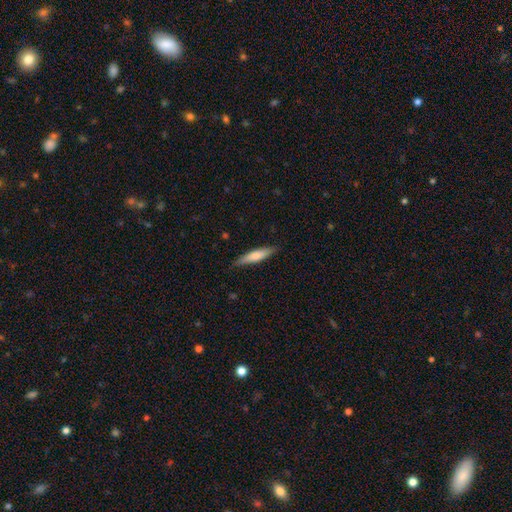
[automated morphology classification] A smooth galaxy with no disk features (69%) that is cigar-shaped (83%). Merging: none (85%).